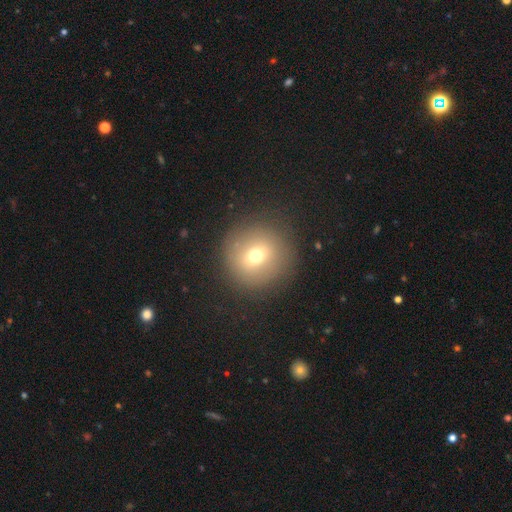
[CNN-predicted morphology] smooth 68%, featured or disk 19%, star or artifact 14%. Down the decision tree: how rounded — round (94%); merging — none (87%).